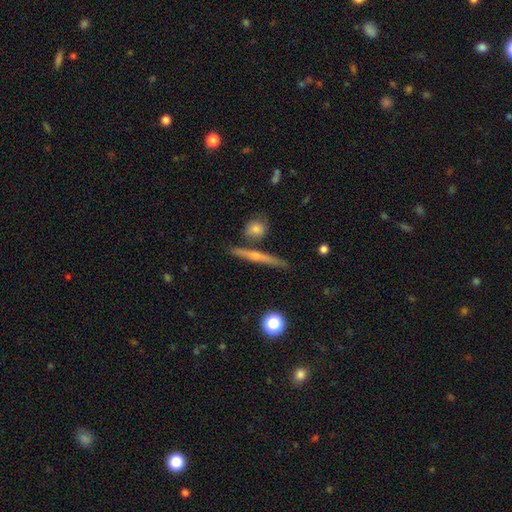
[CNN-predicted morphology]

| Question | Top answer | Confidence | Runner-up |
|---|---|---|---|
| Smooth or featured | featured or disk | 57% | smooth (37%) |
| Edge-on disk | yes | 95% | no (5%) |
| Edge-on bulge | rounded | 57% | none (36%) |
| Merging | none | 82% | minor disturbance (8%) |